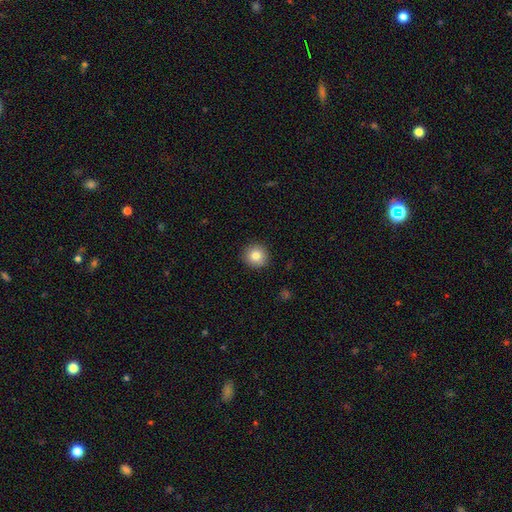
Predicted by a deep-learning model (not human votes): This is clearly a smooth galaxy (83%). How rounded: clearly round (93%). Merging: clearly none (91%).